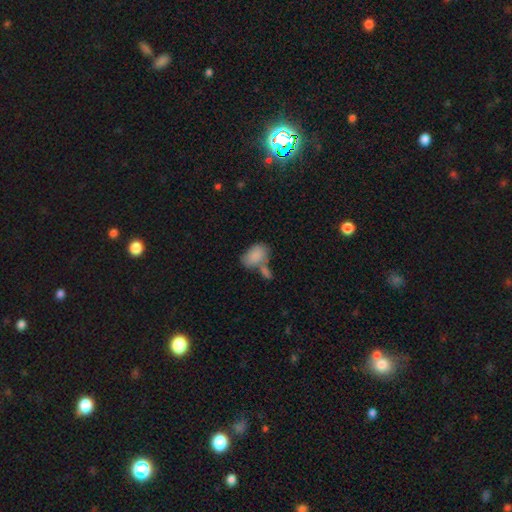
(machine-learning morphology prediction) Smooth or featured: smooth — 84% (featured or disk — 9%)
How rounded: in between — 88% (round — 10%)
Merging: merger — 40% (none — 36%)